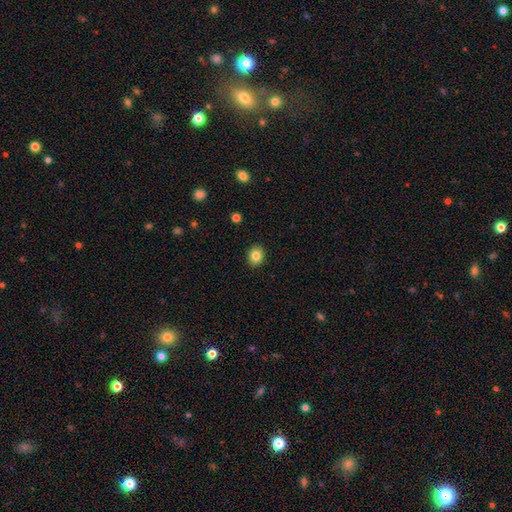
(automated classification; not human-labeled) This appears to be a smooth galaxy with no disk features (83%) that is round (59%). Merging: none (90%).